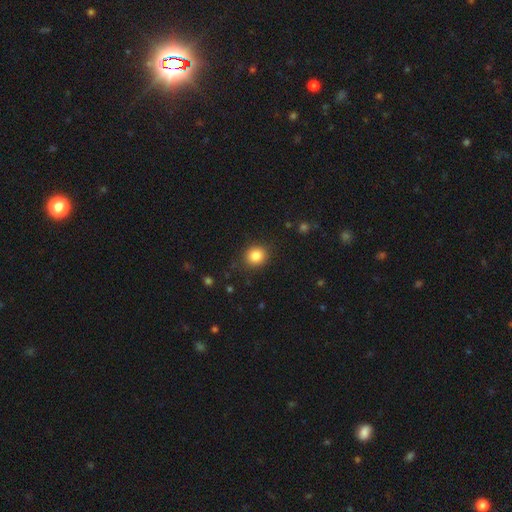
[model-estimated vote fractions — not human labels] This is clearly a smooth galaxy (84%). How rounded: likely round (80%). Merging: clearly none (88%).